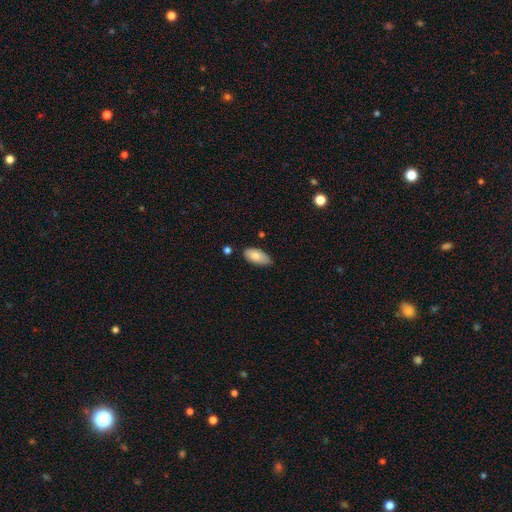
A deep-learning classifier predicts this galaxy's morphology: The model was most divided on "merging": none: 71%, minor disturbance: 23%, major disturbance: 3%, merger: 3%. More confident: how rounded — in between (92%); smooth or featured — smooth (81%).